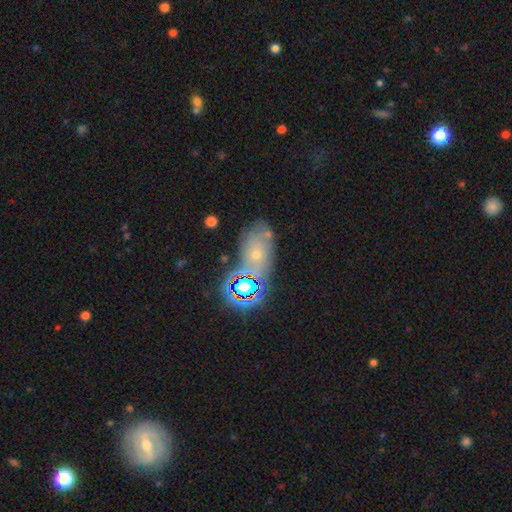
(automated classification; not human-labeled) Smooth or featured: featured or disk — 37% (star or artifact — 33%)
Merging: none — 61% (minor disturbance — 20%)